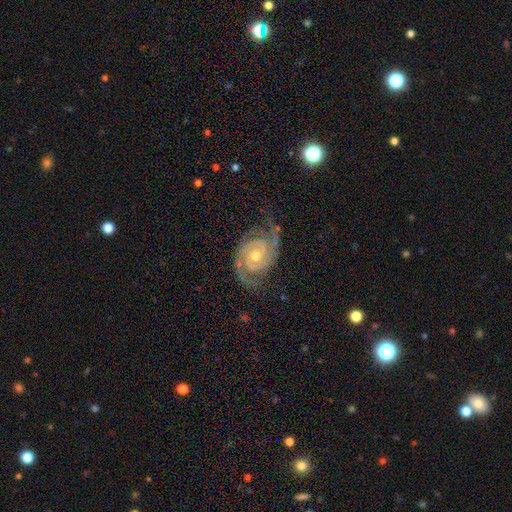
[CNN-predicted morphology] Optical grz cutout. It shows a featured or disk galaxy (93%) with no bar (68%), 2 (87%) tight (60%) spiral arms (99%) and a moderate central bulge (60%). Merging: none (74%).